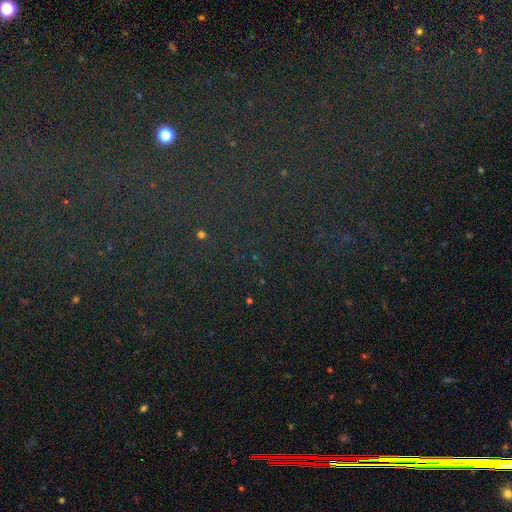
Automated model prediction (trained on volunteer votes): A star or artifact, not a galaxy (83%).